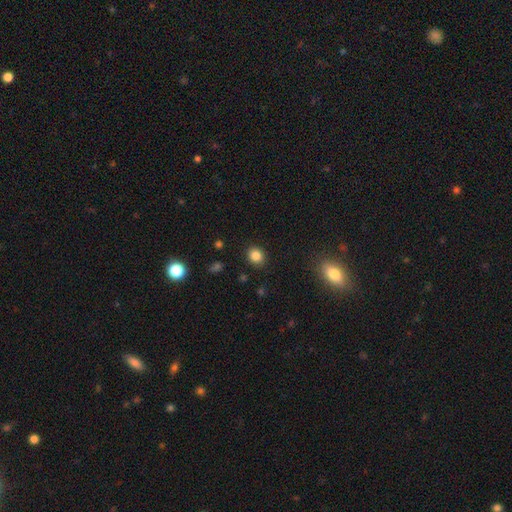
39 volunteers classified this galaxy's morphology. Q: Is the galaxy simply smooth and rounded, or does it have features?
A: smooth — 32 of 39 (82%).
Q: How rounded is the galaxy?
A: round — 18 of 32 (56%).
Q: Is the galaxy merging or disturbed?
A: none — 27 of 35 (77%).